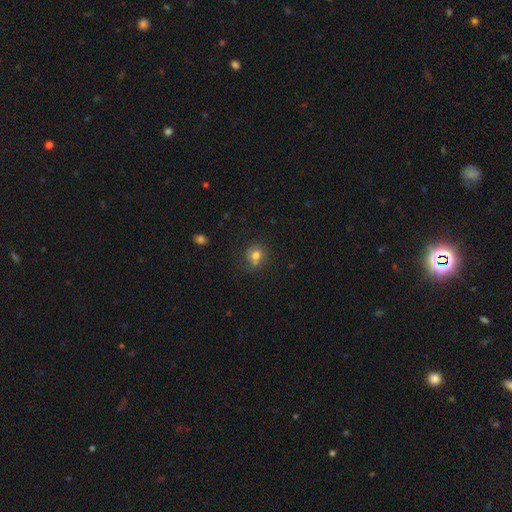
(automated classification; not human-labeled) smooth-or-featured: smooth: 74% | featured or disk: 13% | star or artifact: 13%
  how-rounded: round: 79% | in between: 20% | cigar-shaped: 1%
  merging: none: 56% | merger: 22% | minor disturbance: 16% | major disturbance: 6%